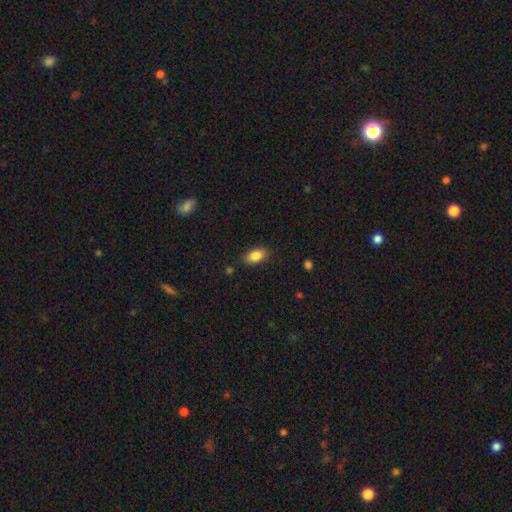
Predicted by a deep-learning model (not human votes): This appears to be a smooth galaxy with no disk features (86%) that is in between round and cigar-shaped (90%). Merging: none (85%).